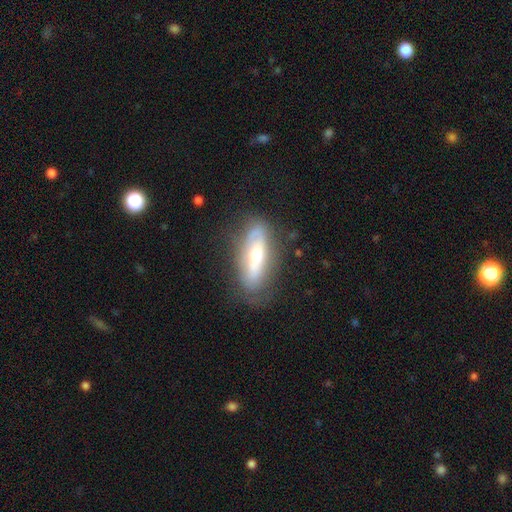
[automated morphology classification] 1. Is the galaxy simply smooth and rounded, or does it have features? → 56% featured or disk, 36% smooth, 8% star or artifact.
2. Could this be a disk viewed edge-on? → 53% yes, 47% no.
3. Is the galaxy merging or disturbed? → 76% none, 16% minor disturbance, 6% major disturbance, 2% merger.